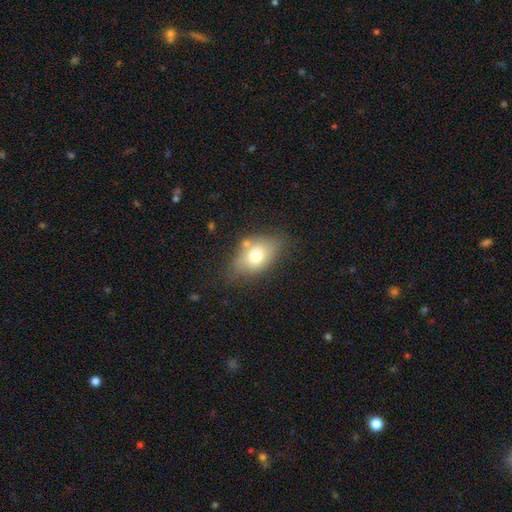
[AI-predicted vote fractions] smooth-or-featured: smooth: 71% | featured or disk: 20% | star or artifact: 9%
  how-rounded: in between: 82% | round: 16% | cigar-shaped: 2%
  merging: none: 62% | minor disturbance: 22% | merger: 9% | major disturbance: 6%